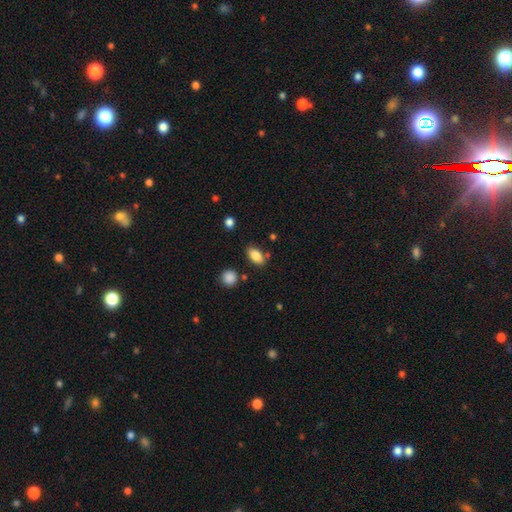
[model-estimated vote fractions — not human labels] Smooth or featured: smooth — 84% (star or artifact — 8%)
How rounded: in between — 89% (round — 7%)
Merging: none — 80% (minor disturbance — 12%)